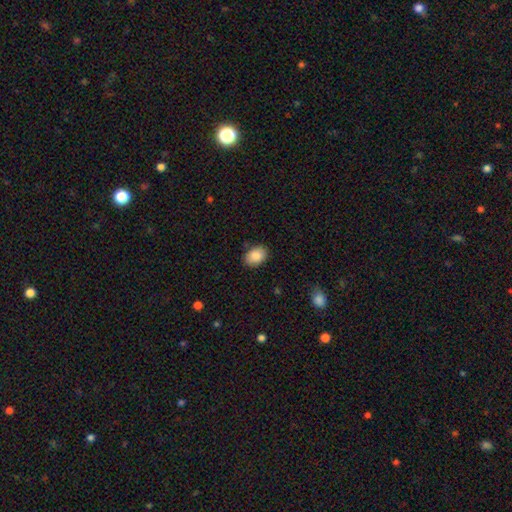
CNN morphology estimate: Q: Smooth or featured?
A: smooth (87%); runner-up: star or artifact (7%)
Q: How rounded?
A: in between (82%); runner-up: round (17%)
Q: Merging?
A: none (85%); runner-up: minor disturbance (11%)